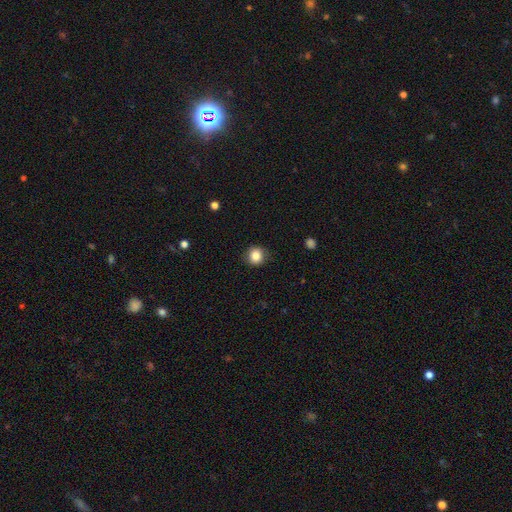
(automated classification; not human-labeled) Smooth or featured? Predicted: smooth (p=0.85). How rounded? Predicted: round (p=0.89). Merging? Predicted: none (p=0.86).